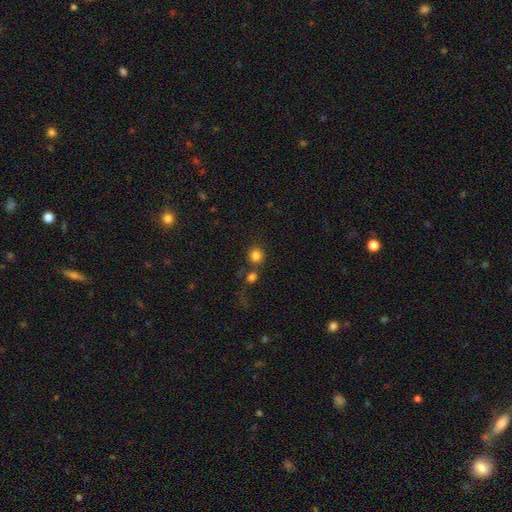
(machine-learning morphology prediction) smooth_or_featured: smooth (p=0.82) [alt: star or artifact p=0.11]
how_rounded: round (p=0.90) [alt: in between p=0.09]
merging: none (p=0.69) [alt: merger p=0.19]